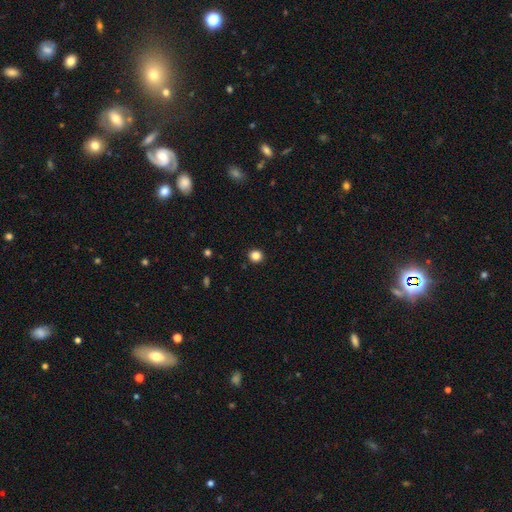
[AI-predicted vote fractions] Morphology: type=smooth (84%); roundness=round (90%); merging=none (92%).